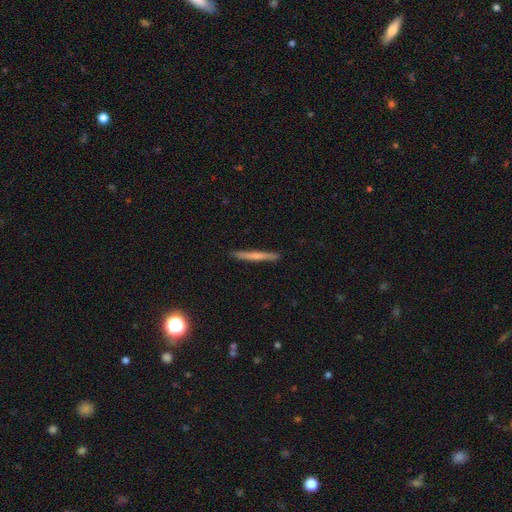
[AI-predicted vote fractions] This is possibly a smooth galaxy (53%). How rounded: clearly cigar-shaped (96%). Merging: clearly none (91%).